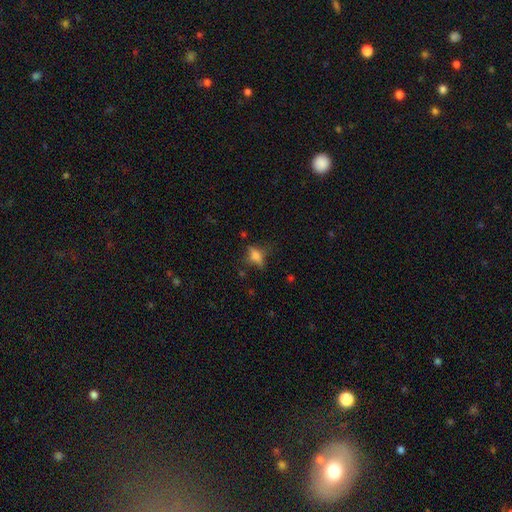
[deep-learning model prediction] Overall: smooth (59%; featured or disk 25%). How rounded: in between (67%). Merging: none (56%; minor disturbance 24%).